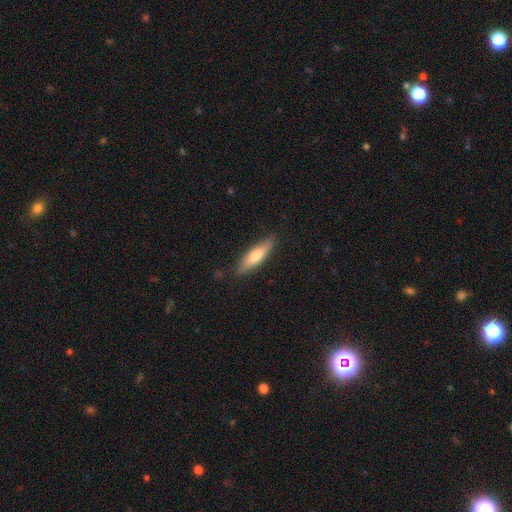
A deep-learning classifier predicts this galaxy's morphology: Q: Smooth or featured?
A: smooth (62%); runner-up: featured or disk (32%)
Q: How rounded?
A: cigar-shaped (67%); runner-up: in between (32%)
Q: Merging?
A: none (84%); runner-up: minor disturbance (12%)